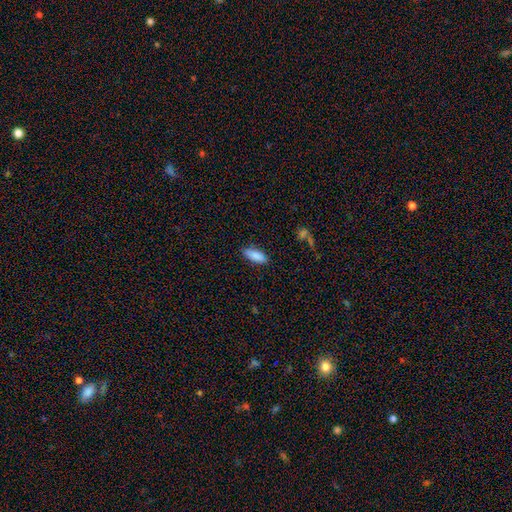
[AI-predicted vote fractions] Smooth or featured: smooth — 87% (star or artifact — 7%)
How rounded: in between — 74% (cigar-shaped — 24%)
Merging: none — 85% (minor disturbance — 11%)